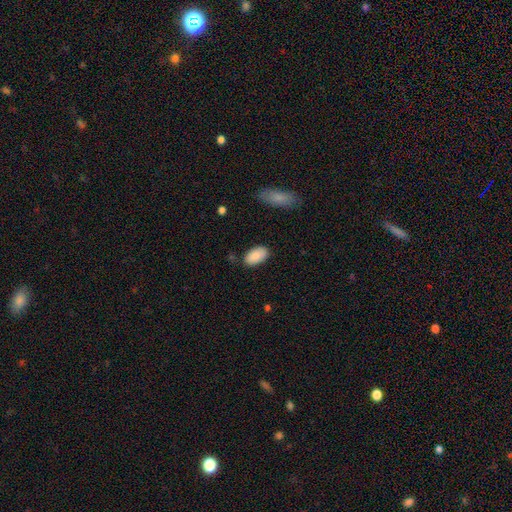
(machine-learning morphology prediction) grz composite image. It shows a smooth galaxy with no disk features (89%) that is in between round and cigar-shaped (95%). Merging: none (83%).